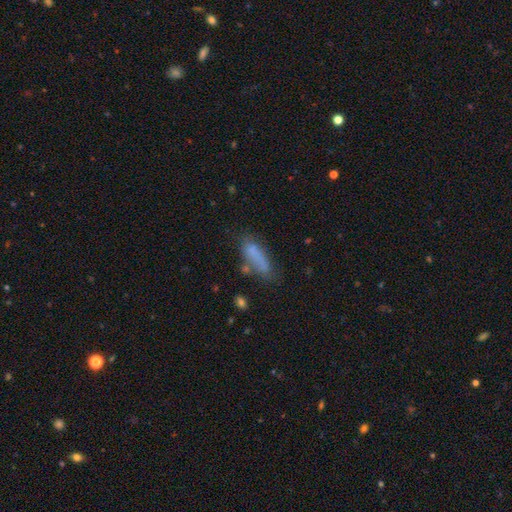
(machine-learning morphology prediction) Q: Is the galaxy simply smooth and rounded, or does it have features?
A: smooth — 71%.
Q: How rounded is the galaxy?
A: in between — 52%.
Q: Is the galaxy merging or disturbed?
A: none — 51%.